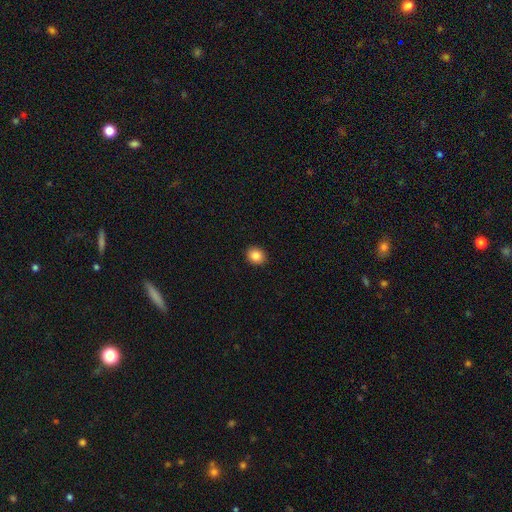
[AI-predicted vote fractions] The model was most divided on "how rounded": round: 74%, in between: 25%, cigar-shaped: 1%. More confident: merging — none (92%); smooth or featured — smooth (85%).